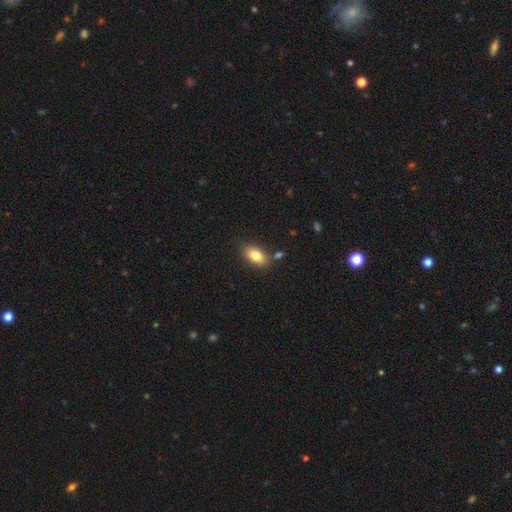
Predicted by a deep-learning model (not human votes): The model was most divided on "merging": none: 79%, minor disturbance: 12%, merger: 6%, major disturbance: 3%. More confident: how rounded — in between (89%); smooth or featured — smooth (81%).